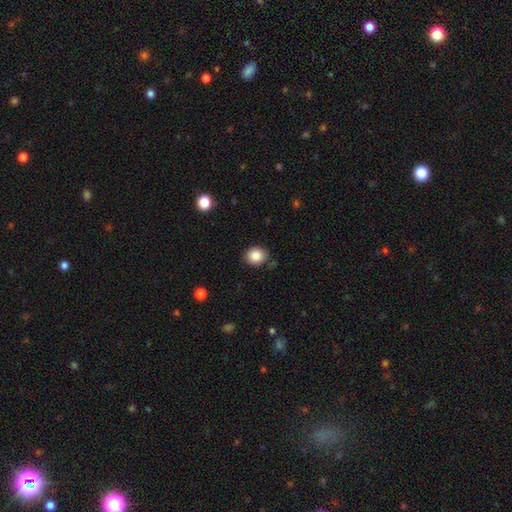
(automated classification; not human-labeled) Q: Smooth or featured?
A: smooth (85%); runner-up: star or artifact (9%)
Q: How rounded?
A: round (74%); runner-up: in between (25%)
Q: Merging?
A: none (85%); runner-up: minor disturbance (11%)